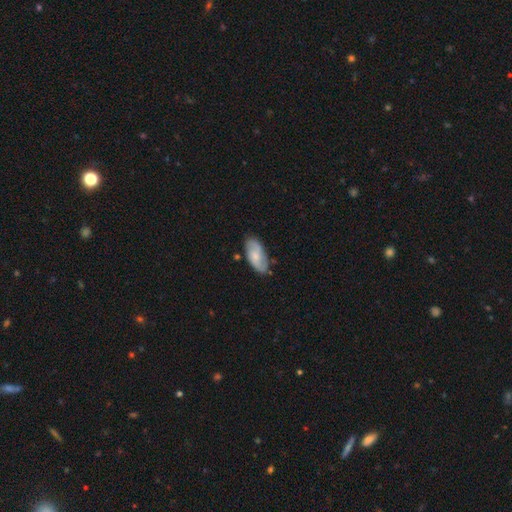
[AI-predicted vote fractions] This is possibly a smooth galaxy (50%). Merging: likely none (74%).